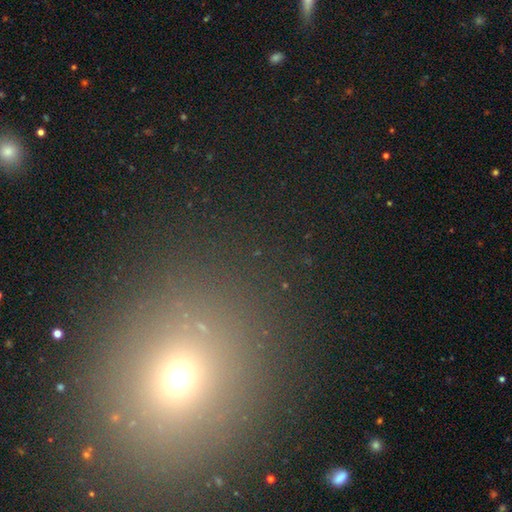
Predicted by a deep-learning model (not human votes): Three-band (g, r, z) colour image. It shows a smooth galaxy with no disk features (56%) that is round (73%). Merging: none (86%).